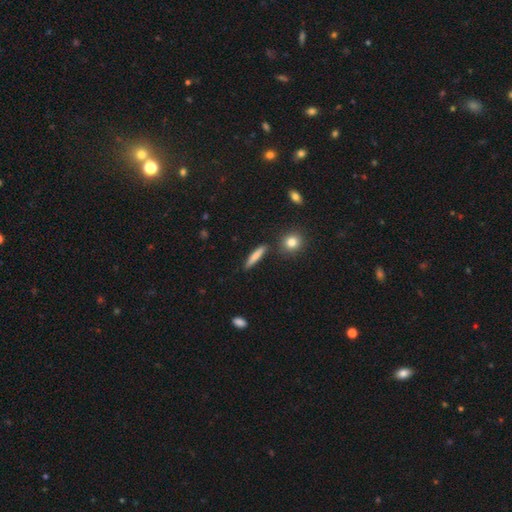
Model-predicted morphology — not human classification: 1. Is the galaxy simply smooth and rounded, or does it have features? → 75% smooth, 18% featured or disk, 7% star or artifact.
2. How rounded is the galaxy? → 87% cigar-shaped, 10% in between, 3% round.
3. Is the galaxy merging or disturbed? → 85% none, 9% minor disturbance, 4% merger, 2% major disturbance.